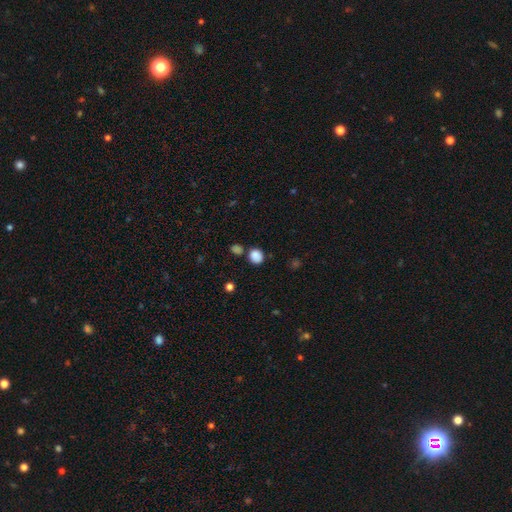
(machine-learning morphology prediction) This appears to be a smooth galaxy with no disk features (85%) that is round (73%). Merging: none (74%).